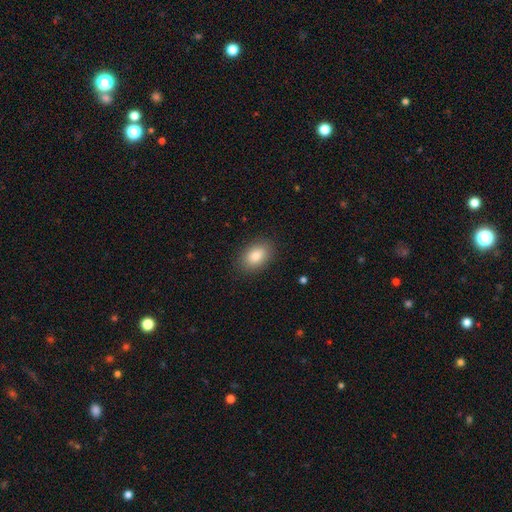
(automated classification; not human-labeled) Smooth or featured? smooth (86%)
How rounded? in between (87%)
Merging? none (87%)